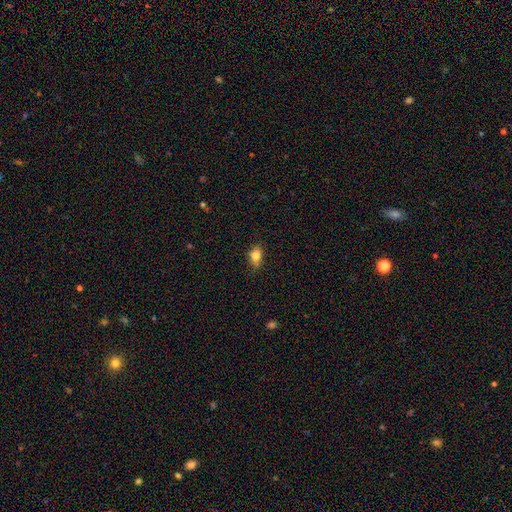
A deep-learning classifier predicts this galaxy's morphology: The model was most divided on "merging": none: 66%, minor disturbance: 27%, major disturbance: 6%, merger: 2%. More confident: smooth or featured — smooth (79%); how rounded — in between (68%).